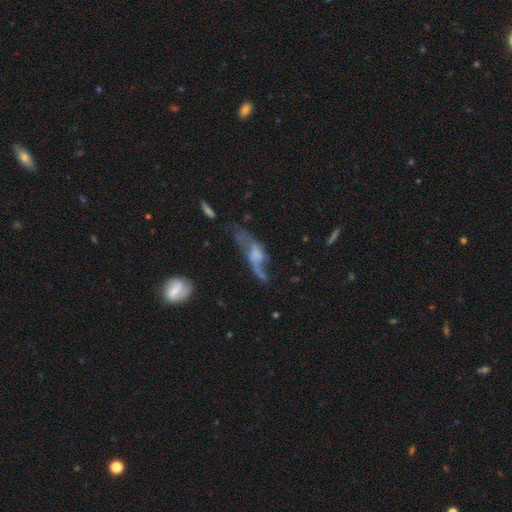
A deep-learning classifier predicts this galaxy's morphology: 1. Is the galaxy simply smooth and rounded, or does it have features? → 63% featured or disk, 27% smooth, 11% star or artifact.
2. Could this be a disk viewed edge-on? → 78% no, 22% yes.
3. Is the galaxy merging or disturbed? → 39% major disturbance, 30% none, 21% minor disturbance, 10% merger.